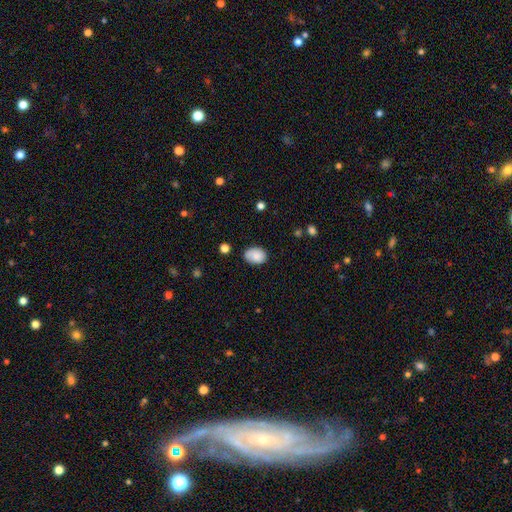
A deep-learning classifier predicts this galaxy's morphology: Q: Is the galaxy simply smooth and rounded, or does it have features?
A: smooth — 83%.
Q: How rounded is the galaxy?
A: in between — 72%.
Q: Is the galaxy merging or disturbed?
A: none — 71%.